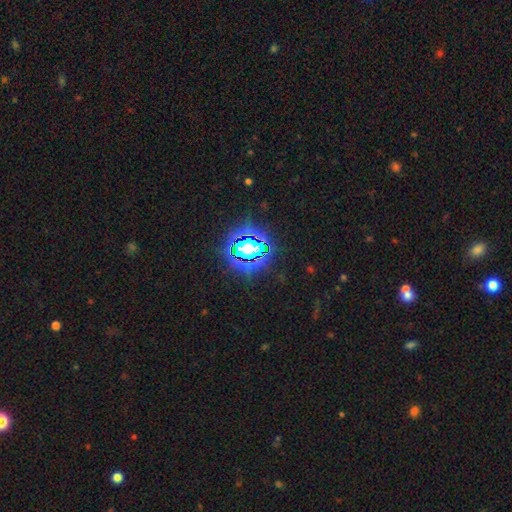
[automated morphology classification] Smooth or featured? star or artifact (68%)